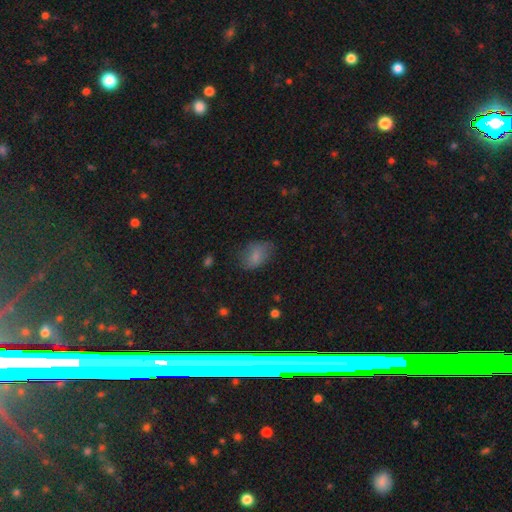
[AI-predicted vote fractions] Overall: smooth (78%). How rounded: in between (83%). Merging: none (64%; minor disturbance 26%).